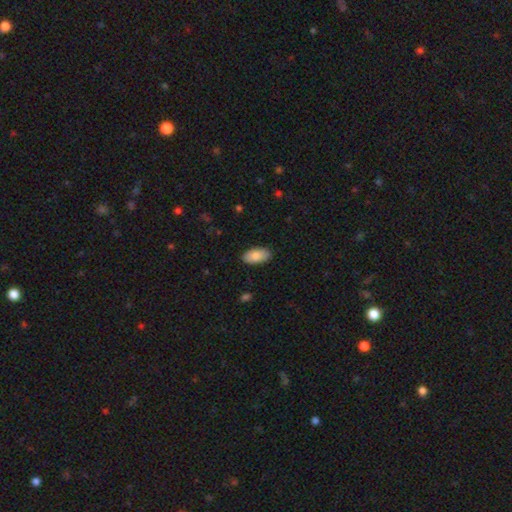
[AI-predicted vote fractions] Smooth or featured? Predicted: smooth (p=0.86). How rounded? Predicted: in between (p=0.94). Merging? Predicted: none (p=0.88).